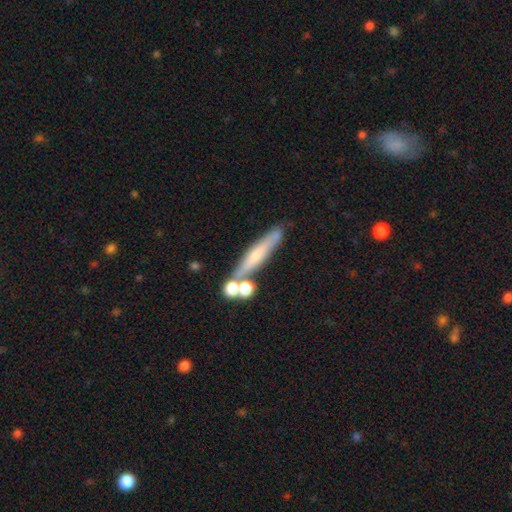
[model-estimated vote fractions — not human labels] Smooth or featured? Predicted: smooth (p=0.47). Merging? Predicted: none (p=0.66).